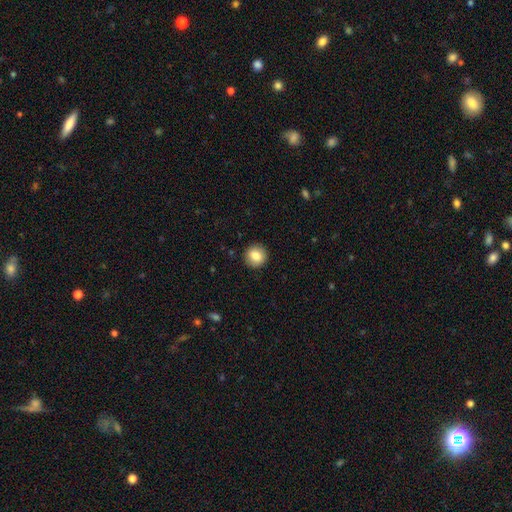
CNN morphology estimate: A smooth galaxy with no disk features (84%) that is round (89%).

Vote fractions:
- Smooth or featured? smooth: 84% / star or artifact: 8% / featured or disk: 7%
- How rounded? round: 89% / in between: 11% / cigar-shaped: 1%
- Merging? none: 91% / minor disturbance: 6% / major disturbance: 2% / merger: 1%